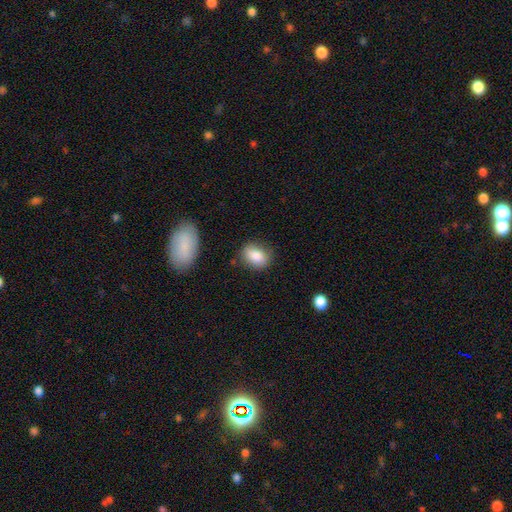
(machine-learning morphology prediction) A smooth galaxy with no disk features (86%) that is in between round and cigar-shaped (68%). Merging: none (77%).